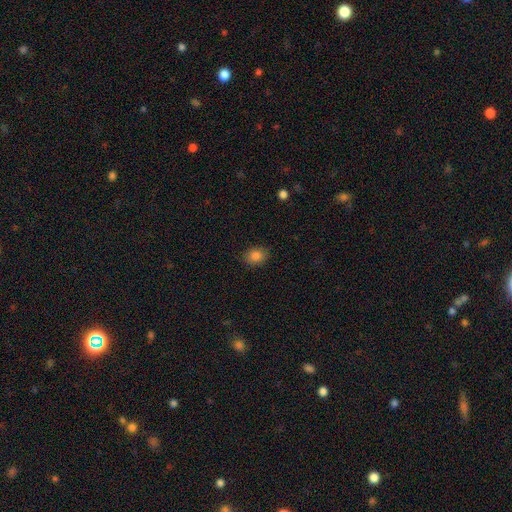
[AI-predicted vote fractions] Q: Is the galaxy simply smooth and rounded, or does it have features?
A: smooth — 85%.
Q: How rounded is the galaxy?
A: in between — 56%.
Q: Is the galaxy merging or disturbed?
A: none — 86%.